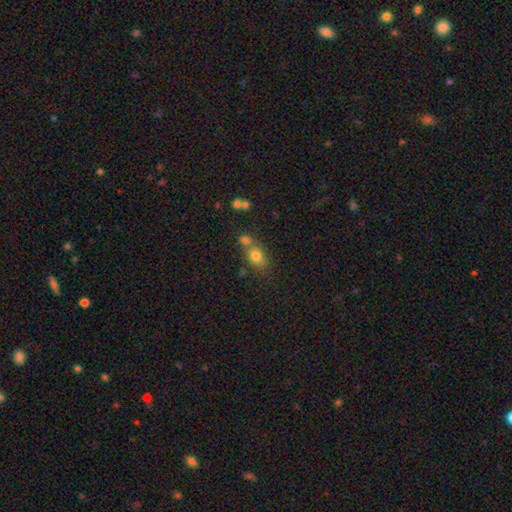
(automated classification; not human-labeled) This is likely a smooth galaxy (77%). How rounded: possibly in between (60%). Merging: possibly none (48%).